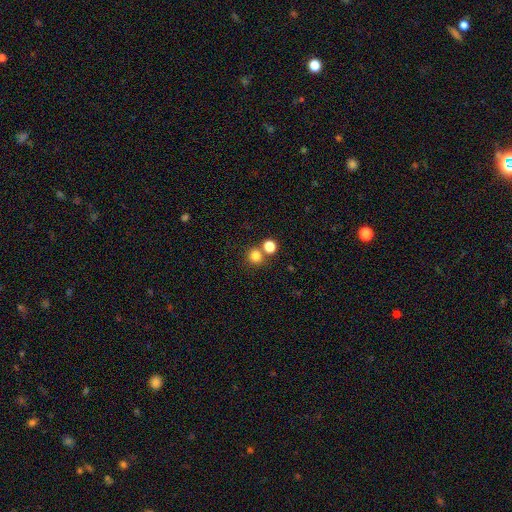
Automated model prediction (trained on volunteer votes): Smooth or featured: smooth — 80% (star or artifact — 14%)
How rounded: round — 87% (in between — 12%)
Merging: none — 65% (merger — 25%)